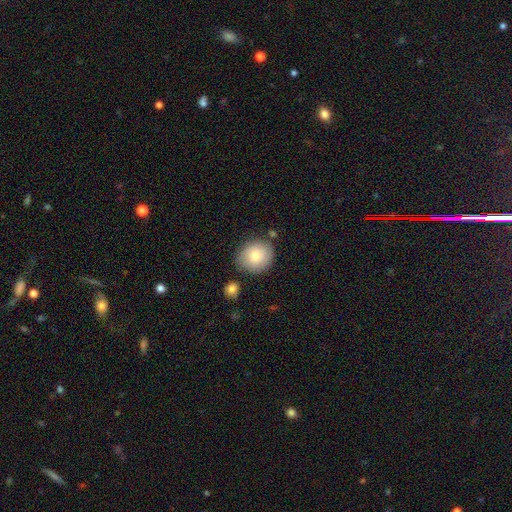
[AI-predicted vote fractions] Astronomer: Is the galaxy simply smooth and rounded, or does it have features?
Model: smooth — 79%.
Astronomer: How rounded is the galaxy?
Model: round — 78%.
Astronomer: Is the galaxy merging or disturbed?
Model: none — 77%.